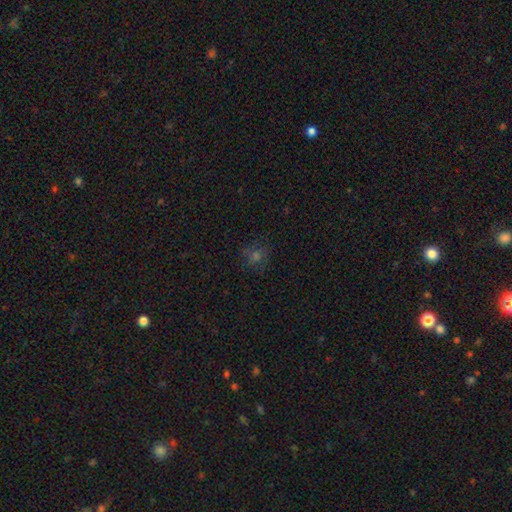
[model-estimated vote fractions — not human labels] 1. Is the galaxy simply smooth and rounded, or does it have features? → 49% smooth, 37% star or artifact, 14% featured or disk.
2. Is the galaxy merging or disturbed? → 78% none, 14% minor disturbance, 6% major disturbance, 2% merger.